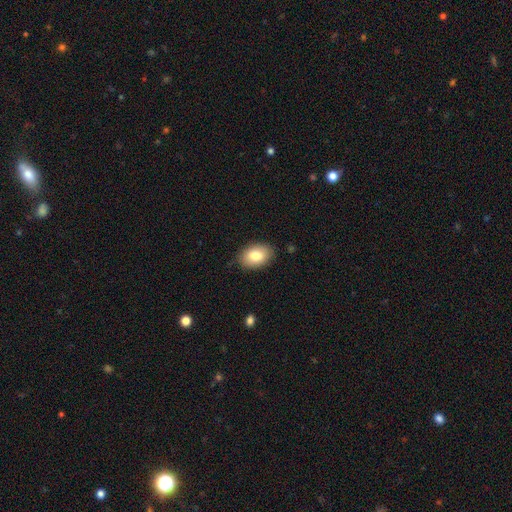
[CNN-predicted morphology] smooth 82%, featured or disk 11%, star or artifact 7%. Down the decision tree: how rounded — in between (88%); merging — none (85%).